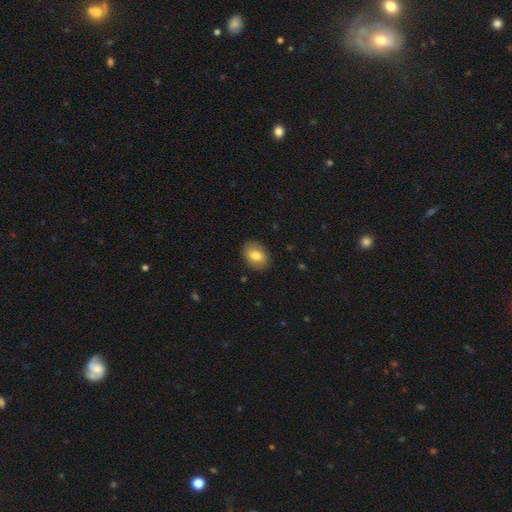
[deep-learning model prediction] This appears to be a smooth galaxy with no disk features (80%) that is in between round and cigar-shaped (75%). Merging: none (87%).